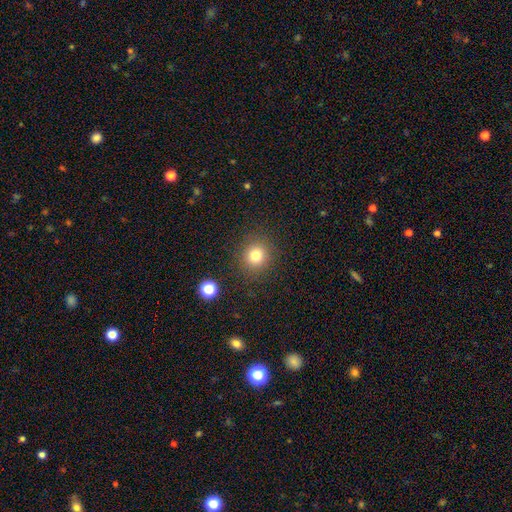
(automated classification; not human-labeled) A smooth galaxy with no disk features (79%) that is round (89%).

Vote fractions:
- Smooth or featured? smooth: 79% / star or artifact: 14% / featured or disk: 8%
- How rounded? round: 89% / in between: 10% / cigar-shaped: 1%
- Merging? none: 88% / minor disturbance: 7% / major disturbance: 3% / merger: 2%